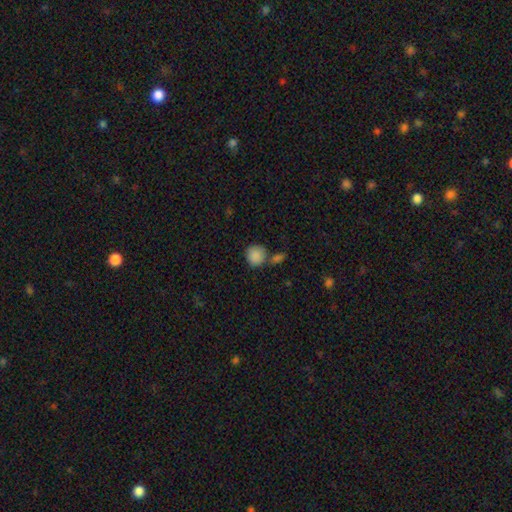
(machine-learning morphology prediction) Smooth or featured? smooth (88%)
How rounded? round (86%)
Merging? none (61%)